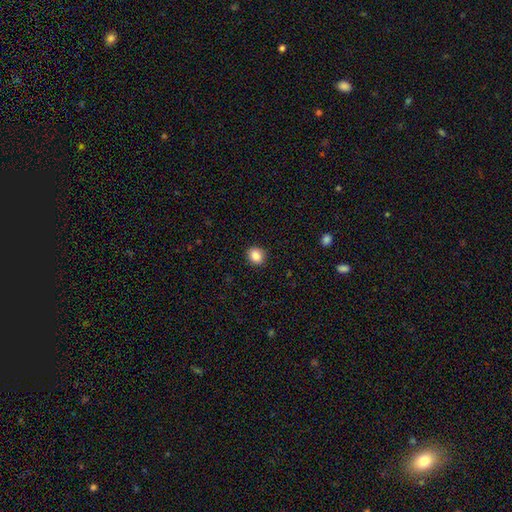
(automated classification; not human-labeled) The model was most divided on "how rounded": round: 70%, in between: 29%, cigar-shaped: 1%. More confident: merging — none (91%); smooth or featured — smooth (87%).